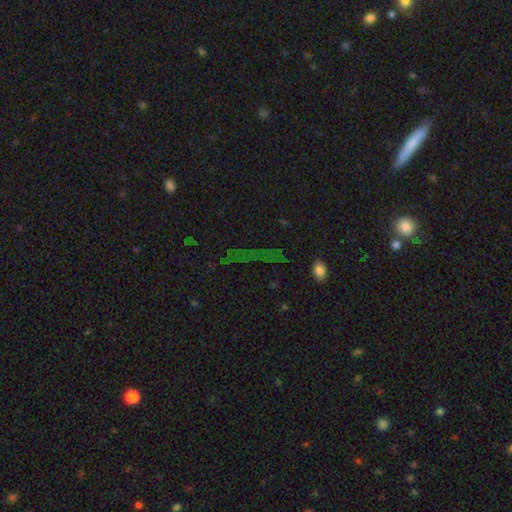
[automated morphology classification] A star or artifact, not a galaxy (65%).

Vote fractions:
- Smooth or featured? star or artifact: 65% / smooth: 19% / featured or disk: 16%